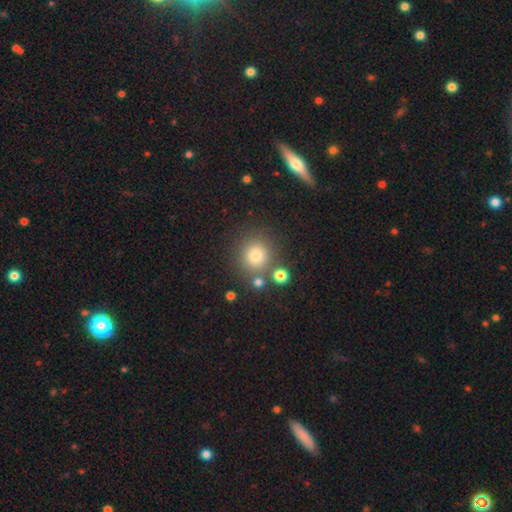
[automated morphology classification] A smooth galaxy with no disk features (76%) that is round (88%). Merging: none (78%).